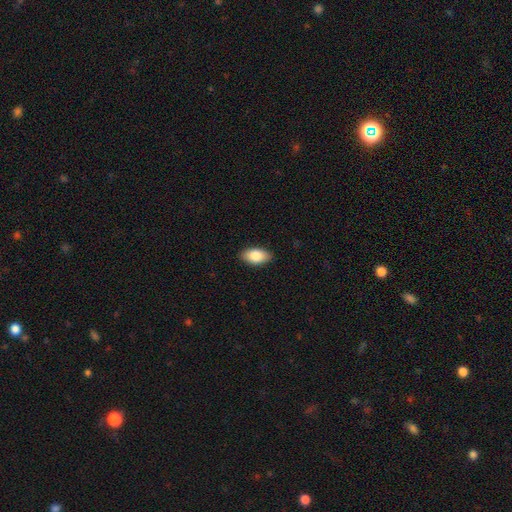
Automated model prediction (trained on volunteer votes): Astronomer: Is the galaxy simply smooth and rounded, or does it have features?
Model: smooth — 84%.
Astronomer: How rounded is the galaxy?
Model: in between — 93%.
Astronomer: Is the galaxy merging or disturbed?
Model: none — 89%.